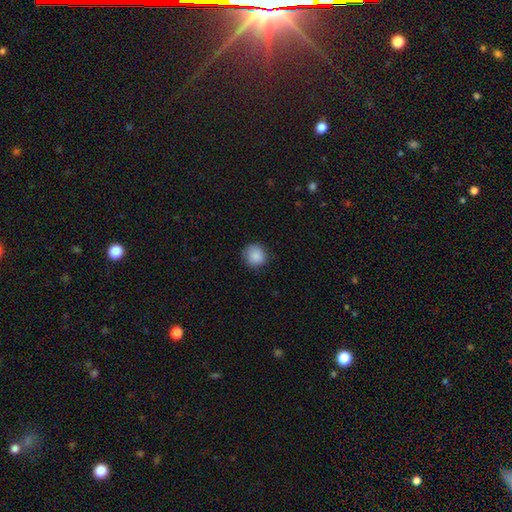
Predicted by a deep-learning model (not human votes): Smooth or featured?
  - smooth: 88% *
  - star or artifact: 8%
  - featured or disk: 4%
How rounded?
  - round: 91% *
  - in between: 8%
  - cigar-shaped: 1%
Merging?
  - none: 83% *
  - minor disturbance: 13%
  - major disturbance: 3%
  - merger: 1%